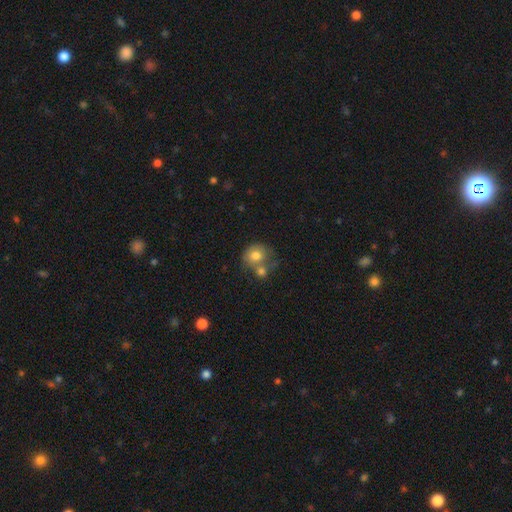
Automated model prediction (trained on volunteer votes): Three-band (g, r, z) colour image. It shows a smooth galaxy with no disk features (76%) that is round (76%). Merging: merger (45%).